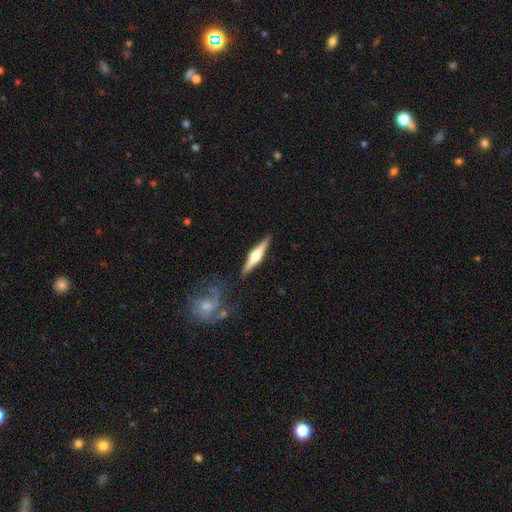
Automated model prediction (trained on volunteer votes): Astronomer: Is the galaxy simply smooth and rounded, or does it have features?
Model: featured or disk — 67%.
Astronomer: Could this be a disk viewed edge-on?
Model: yes — 97%.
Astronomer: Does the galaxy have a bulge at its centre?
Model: rounded — 92%.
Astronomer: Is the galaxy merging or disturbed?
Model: none — 87%.